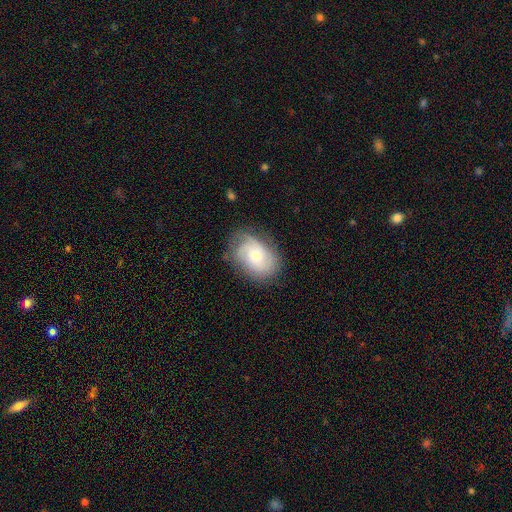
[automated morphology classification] Smooth or featured?
  - featured or disk: 55% *
  - smooth: 38%
  - star or artifact: 7%
Edge-on disk?
  - no: 96% *
  - yes: 4%
Bar?
  - no: 74% *
  - weak: 23%
  - strong: 3%
Spiral arms?
  - yes: 85% *
  - no: 15%
Bulge size?
  - moderate: 56% *
  - small: 37%
  - large: 4%
  - none: 1%
  - dominant: 1%
Merging?
  - none: 68% *
  - minor disturbance: 23%
  - major disturbance: 8%
  - merger: 1%